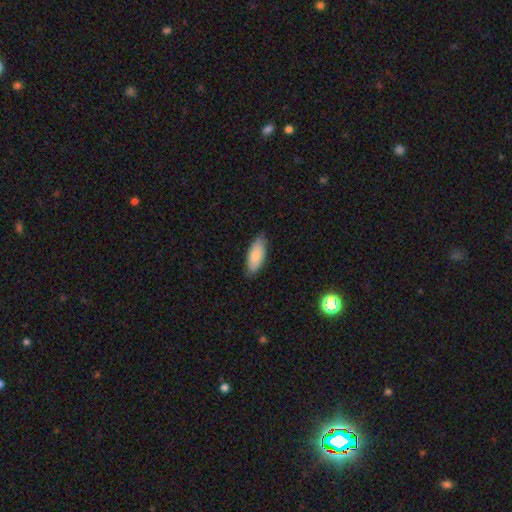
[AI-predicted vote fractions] Smooth or featured: smooth — 83% (featured or disk — 12%)
How rounded: in between — 83% (cigar-shaped — 16%)
Merging: none — 77% (minor disturbance — 20%)